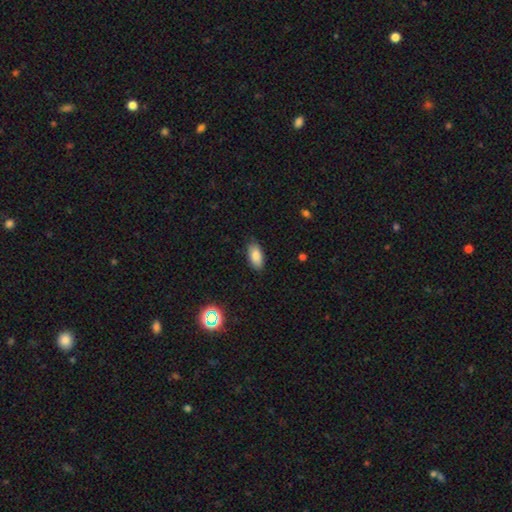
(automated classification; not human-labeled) Q: Smooth or featured?
A: smooth (84%); runner-up: star or artifact (9%)
Q: How rounded?
A: in between (91%); runner-up: cigar-shaped (6%)
Q: Merging?
A: none (83%); runner-up: minor disturbance (14%)